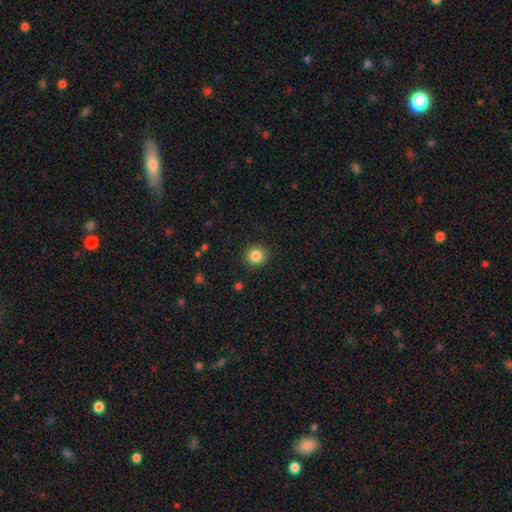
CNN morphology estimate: The model was most divided on "smooth or featured": smooth: 85%, star or artifact: 10%, featured or disk: 5%. More confident: how rounded — round (93%); merging — none (91%).